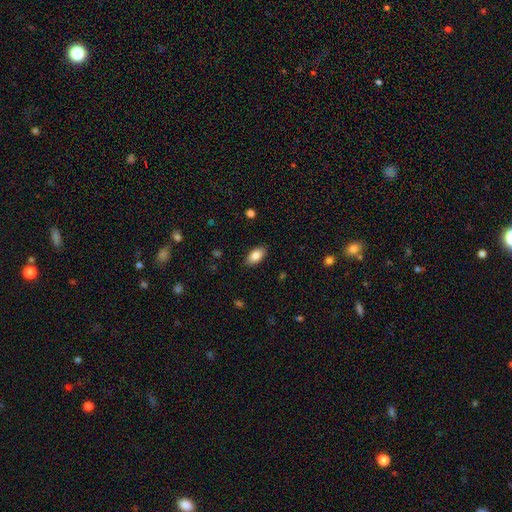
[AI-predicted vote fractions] A smooth galaxy with no disk features (85%) that is in between round and cigar-shaped (92%). Merging: none (87%).